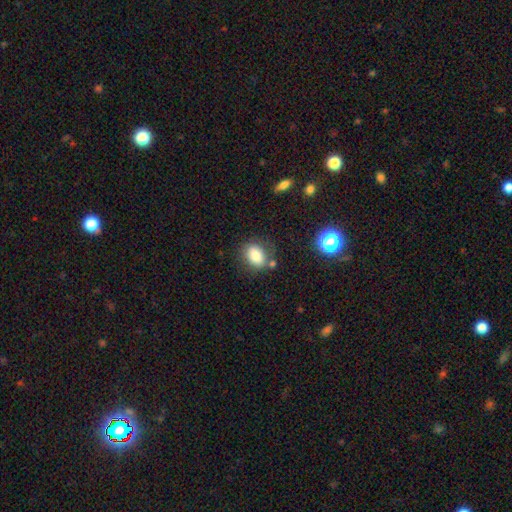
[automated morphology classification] Smooth or featured? Predicted: smooth (p=0.82). How rounded? Predicted: in between (p=0.68). Merging? Predicted: none (p=0.70).